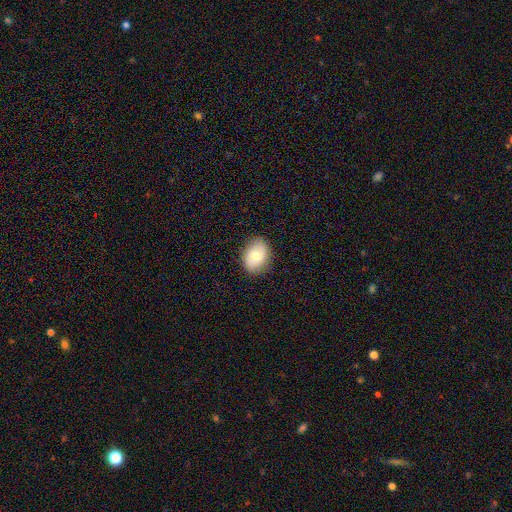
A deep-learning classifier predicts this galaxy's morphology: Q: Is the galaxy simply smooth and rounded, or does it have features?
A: smooth — 67%.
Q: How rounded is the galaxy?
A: in between — 67%.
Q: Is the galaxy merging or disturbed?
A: none — 85%.